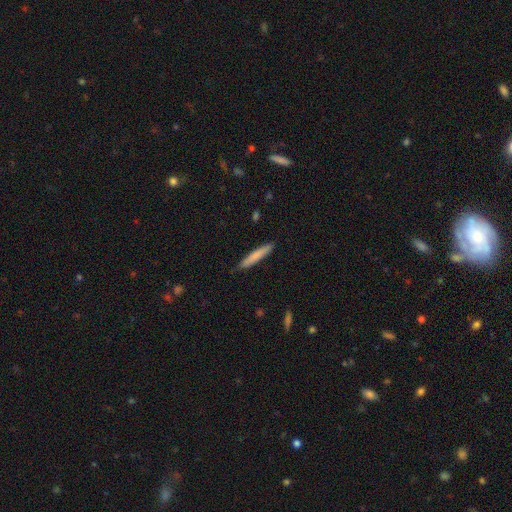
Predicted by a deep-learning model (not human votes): Morphology: type=smooth (76%); roundness=cigar-shaped (94%); merging=none (86%).